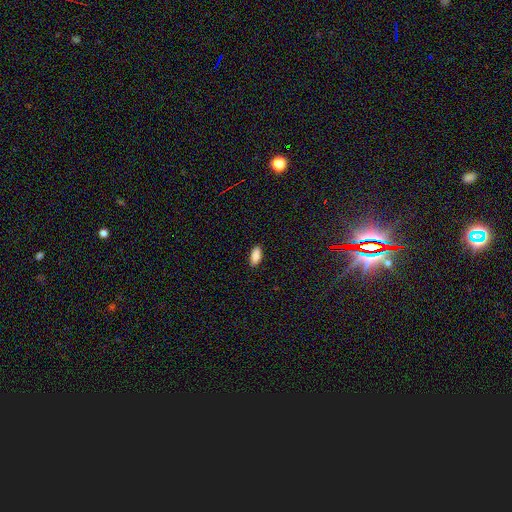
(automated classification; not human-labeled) This appears to be a smooth galaxy with no disk features (89%) that is in between round and cigar-shaped (90%). Merging: none (88%).